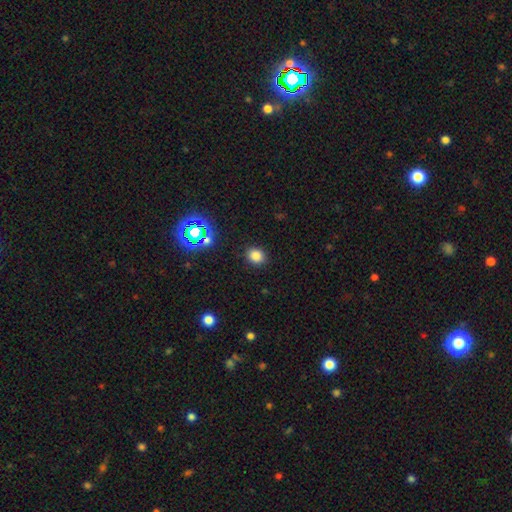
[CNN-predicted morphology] A smooth galaxy with no disk features (80%) that is round (67%).

Vote fractions:
- Smooth or featured? smooth: 80% / star or artifact: 16% / featured or disk: 5%
- How rounded? round: 67% / in between: 32% / cigar-shaped: 1%
- Merging? none: 89% / minor disturbance: 7% / major disturbance: 3% / merger: 1%